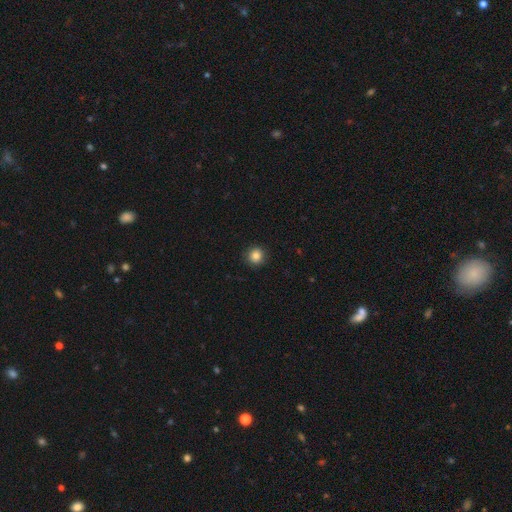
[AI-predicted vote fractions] Morphology: type=smooth (84%); roundness=round (92%); merging=none (90%).